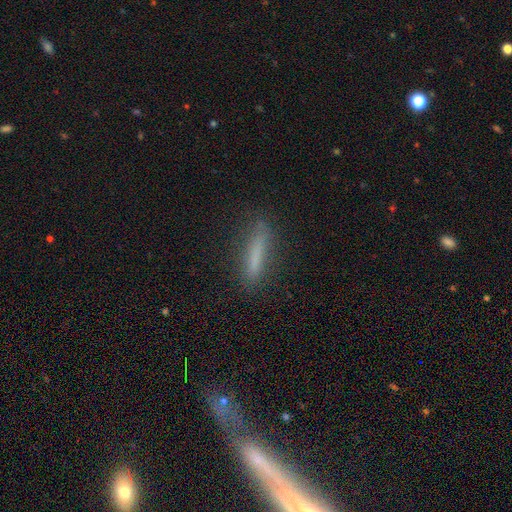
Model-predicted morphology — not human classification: Smooth or featured: smooth — 71% (featured or disk — 19%)
How rounded: cigar-shaped — 89% (in between — 9%)
Merging: none — 83% (minor disturbance — 12%)